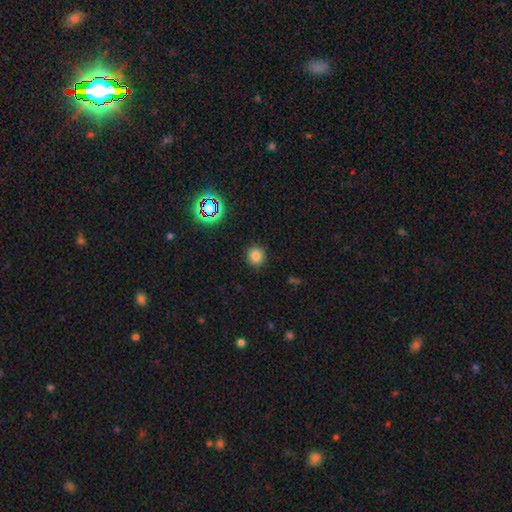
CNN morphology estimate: type=smooth (80%); roundness=round (92%); merging=none (90%).